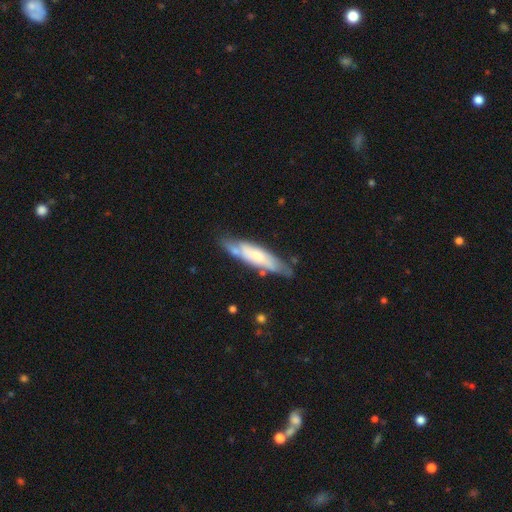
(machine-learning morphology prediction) Smooth or featured: featured or disk — 50% (smooth — 44%)
Edge-on disk: yes — 55% (no — 45%)
Merging: none — 68% (minor disturbance — 21%)